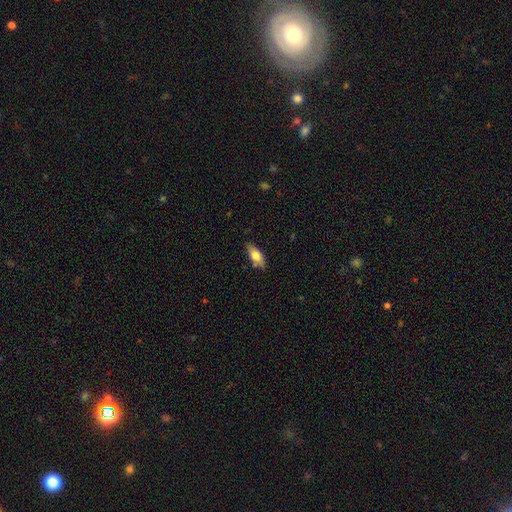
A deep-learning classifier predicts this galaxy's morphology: This appears to be a smooth galaxy with no disk features (72%) that is in between round and cigar-shaped (78%). Merging: none (79%).